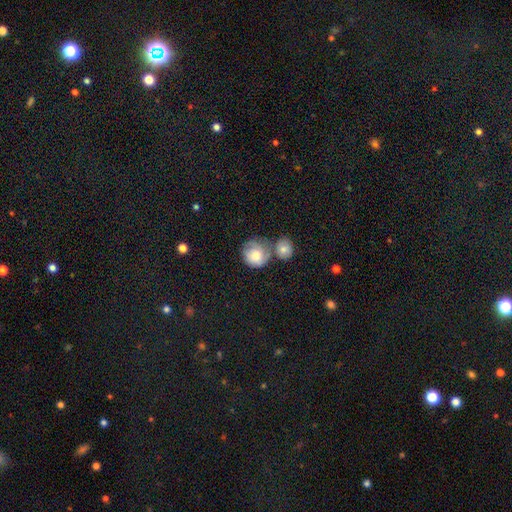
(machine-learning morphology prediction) Smooth or featured? smooth (74%)
How rounded? round (84%)
Merging? none (40%)